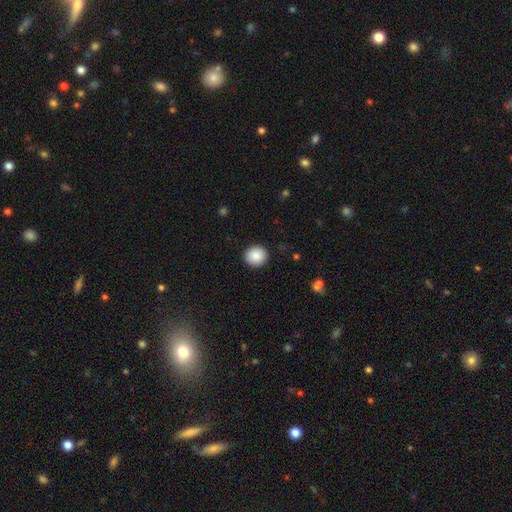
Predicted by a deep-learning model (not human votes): Morphology: type=smooth (88%); roundness=round (86%); merging=none (91%).